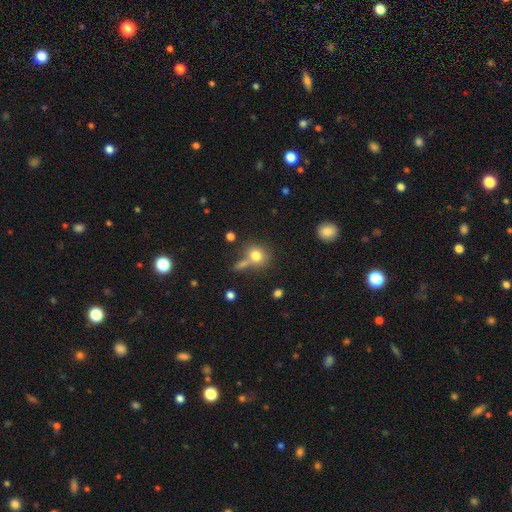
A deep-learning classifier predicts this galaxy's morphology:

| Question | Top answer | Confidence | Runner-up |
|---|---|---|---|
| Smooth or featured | smooth | 78% | star or artifact (12%) |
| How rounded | round | 76% | in between (22%) |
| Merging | none | 58% | merger (23%) |